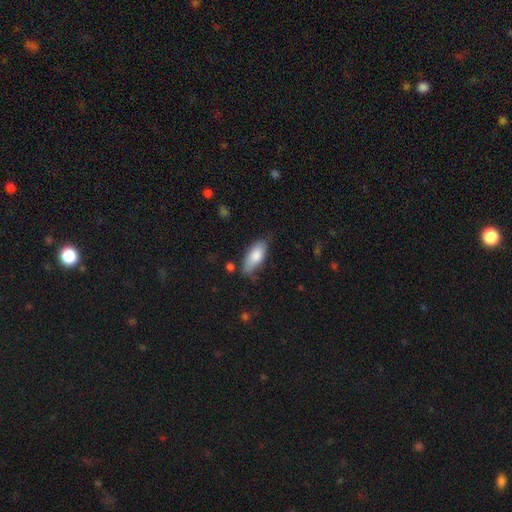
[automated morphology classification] The model was most divided on "merging": none: 67%, minor disturbance: 25%, major disturbance: 5%, merger: 3%. More confident: how rounded — in between (78%); smooth or featured — smooth (78%).